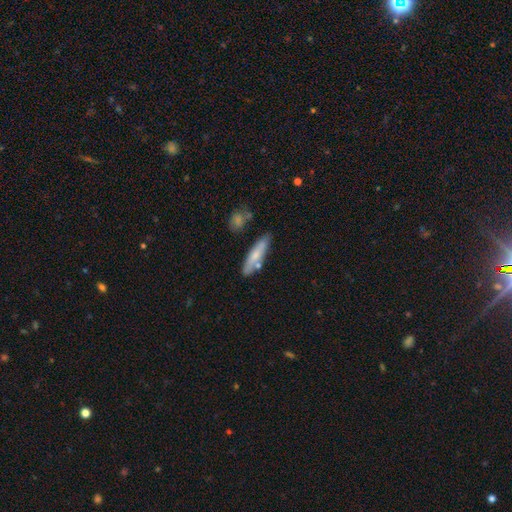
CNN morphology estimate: smooth-or-featured: smooth: 66% | featured or disk: 28% | star or artifact: 6%
  how-rounded: cigar-shaped: 73% | in between: 25% | round: 2%
  merging: none: 74% | minor disturbance: 15% | merger: 8% | major disturbance: 3%